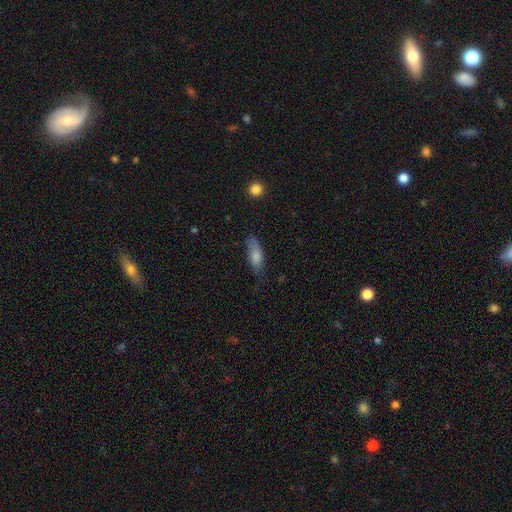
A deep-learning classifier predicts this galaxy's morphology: smooth-or-featured: smooth: 80% | featured or disk: 13% | star or artifact: 7%
  how-rounded: in between: 69% | cigar-shaped: 29% | round: 2%
  merging: none: 66% | minor disturbance: 26% | major disturbance: 6% | merger: 2%